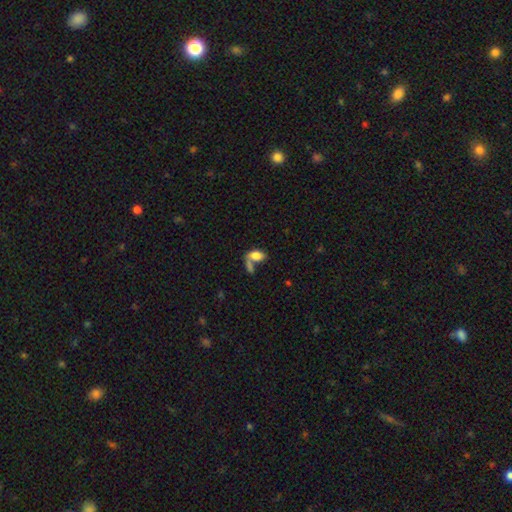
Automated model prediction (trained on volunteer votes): This is likely a smooth galaxy (78%). How rounded: clearly in between (90%). Merging: possibly merger (46%).